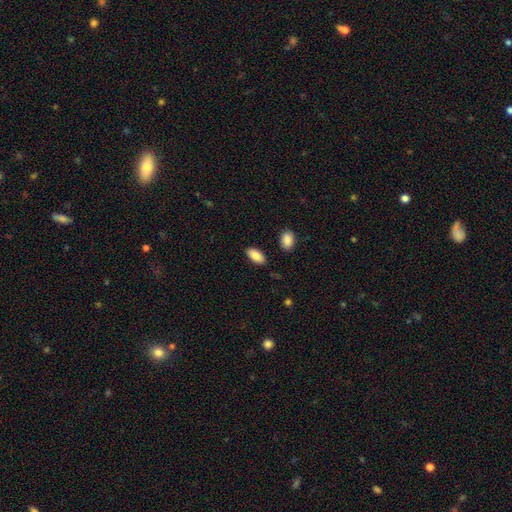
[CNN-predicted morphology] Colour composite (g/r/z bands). It shows a smooth galaxy with no disk features (86%) that is in between round and cigar-shaped (93%). Merging: none (87%).